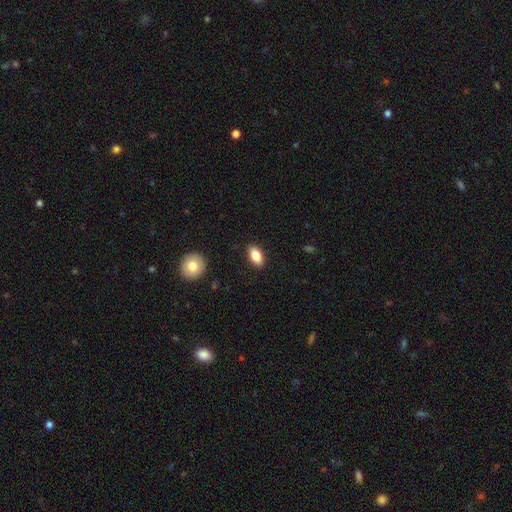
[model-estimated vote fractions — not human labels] Smooth or featured: smooth — 85% (featured or disk — 8%)
How rounded: in between — 89% (cigar-shaped — 6%)
Merging: none — 89% (minor disturbance — 8%)